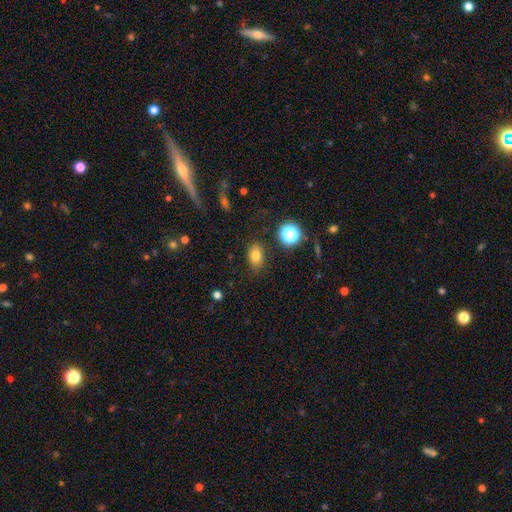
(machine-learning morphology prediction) This is likely a smooth galaxy (78%). How rounded: clearly in between (80%). Merging: clearly none (83%).